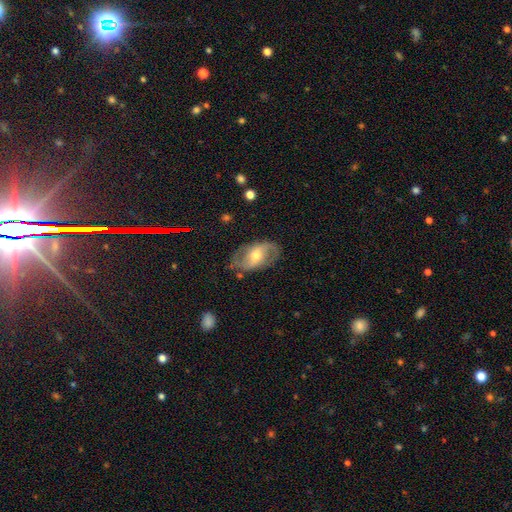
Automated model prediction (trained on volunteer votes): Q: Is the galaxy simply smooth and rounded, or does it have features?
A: featured or disk — 76%.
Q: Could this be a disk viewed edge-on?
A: no — 95%.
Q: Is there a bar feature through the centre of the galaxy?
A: weak — 41%.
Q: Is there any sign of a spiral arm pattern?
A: yes — 87%.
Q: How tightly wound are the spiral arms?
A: medium — 43%.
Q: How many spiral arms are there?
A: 2 — 88%.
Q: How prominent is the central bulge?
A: moderate — 63%.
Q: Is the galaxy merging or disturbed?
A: none — 76%.